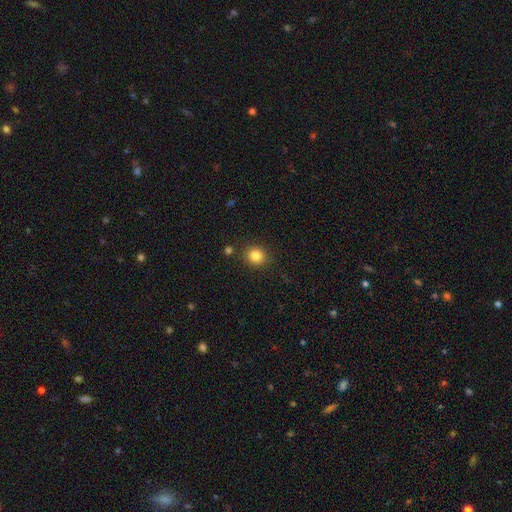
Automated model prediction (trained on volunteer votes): Q: Smooth or featured?
A: smooth (84%); runner-up: star or artifact (11%)
Q: How rounded?
A: round (85%); runner-up: in between (14%)
Q: Merging?
A: none (88%); runner-up: minor disturbance (7%)